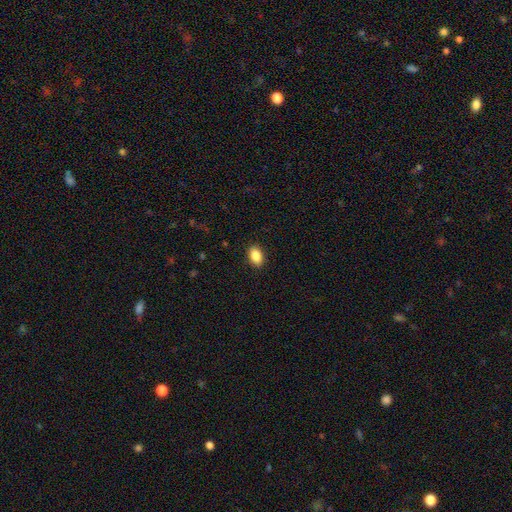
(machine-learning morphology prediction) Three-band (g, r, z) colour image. It shows a smooth galaxy with no disk features (88%) that is in between round and cigar-shaped (88%). Merging: none (90%).